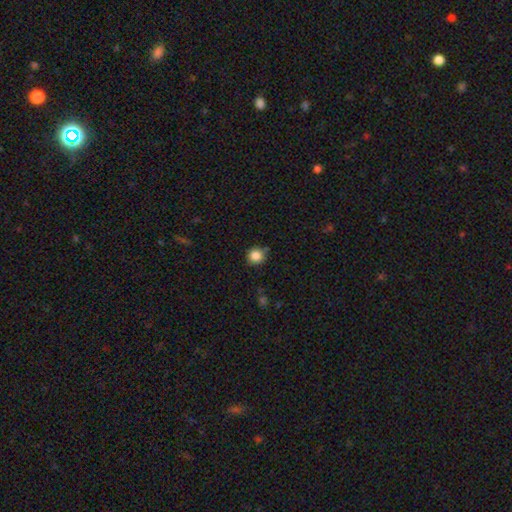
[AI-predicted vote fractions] smooth_or_featured: smooth (p=0.85) [alt: star or artifact p=0.10]
how_rounded: round (p=0.90) [alt: in between p=0.09]
merging: none (p=0.81) [alt: minor disturbance p=0.13]